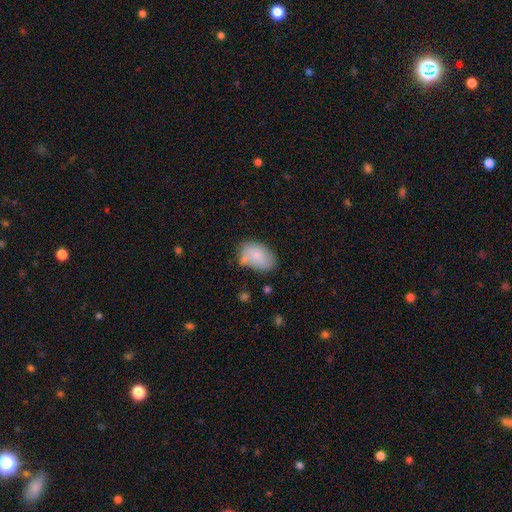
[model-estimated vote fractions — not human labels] A smooth galaxy with no disk features (80%) that is in between round and cigar-shaped (88%). Merging: none (54%).